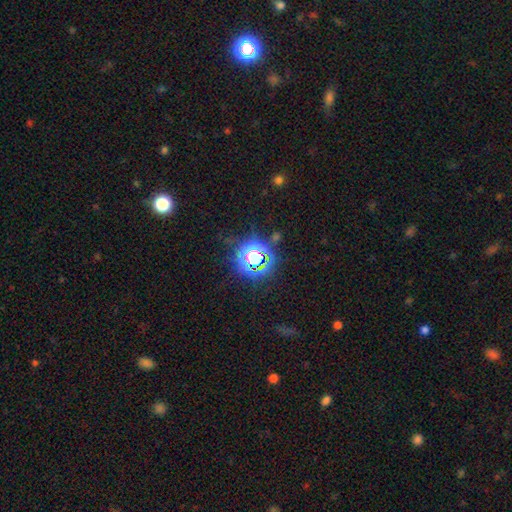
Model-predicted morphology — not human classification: Smooth or featured?
  - star or artifact: 72% *
  - smooth: 18%
  - featured or disk: 10%